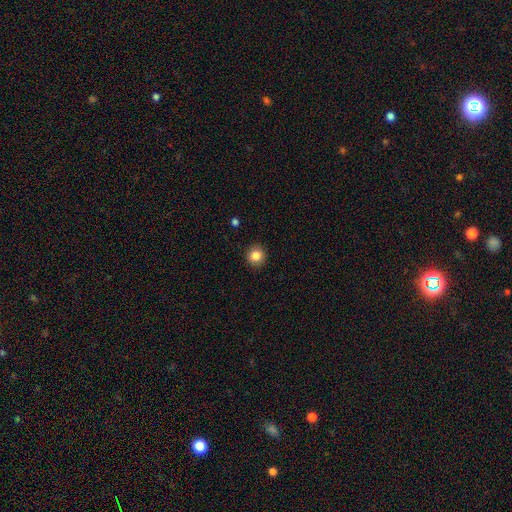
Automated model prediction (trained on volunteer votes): A smooth galaxy with no disk features (85%) that is round (93%).

Vote fractions:
- Smooth or featured? smooth: 85% / star or artifact: 10% / featured or disk: 5%
- How rounded? round: 93% / in between: 6% / cigar-shaped: 1%
- Merging? none: 92% / minor disturbance: 5% / major disturbance: 2% / merger: 1%